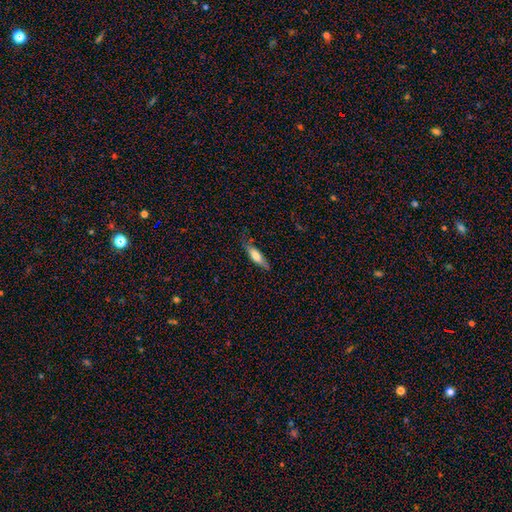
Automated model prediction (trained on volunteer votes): smooth-or-featured: smooth: 66% | featured or disk: 28% | star or artifact: 6%
  how-rounded: cigar-shaped: 62% | in between: 36% | round: 2%
  merging: none: 72% | minor disturbance: 22% | major disturbance: 5% | merger: 1%